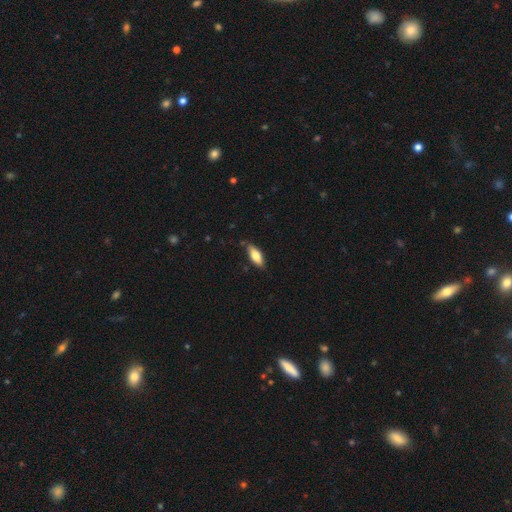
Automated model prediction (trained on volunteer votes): Q: Smooth or featured?
A: smooth (75%); runner-up: featured or disk (19%)
Q: How rounded?
A: in between (73%); runner-up: cigar-shaped (25%)
Q: Merging?
A: none (76%); runner-up: minor disturbance (19%)